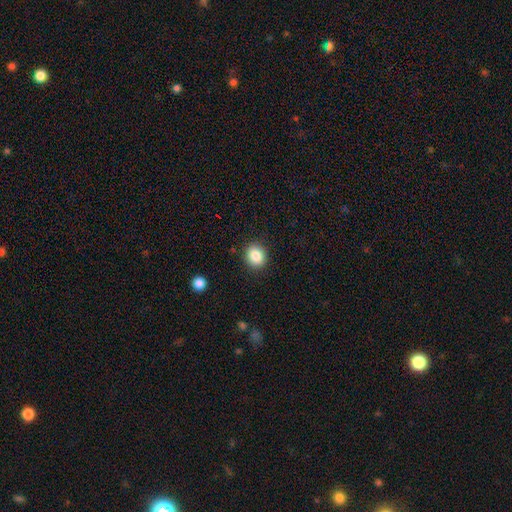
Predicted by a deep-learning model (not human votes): A smooth galaxy with no disk features (86%) that is round (76%).

Vote fractions:
- Smooth or featured? smooth: 86% / star or artifact: 9% / featured or disk: 5%
- How rounded? round: 76% / in between: 23% / cigar-shaped: 1%
- Merging? none: 89% / minor disturbance: 7% / major disturbance: 2% / merger: 1%